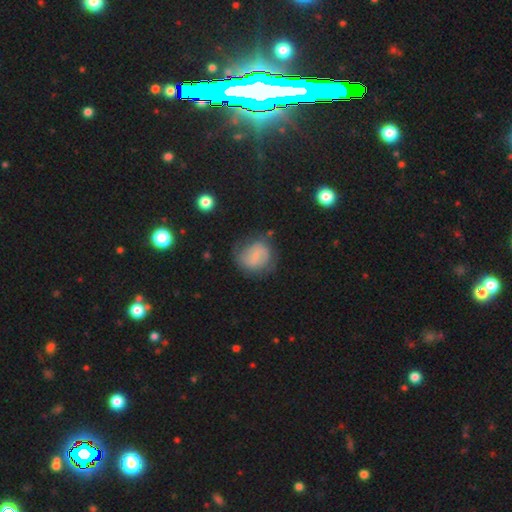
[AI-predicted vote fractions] Smooth or featured: featured or disk — 47% (smooth — 44%)
Merging: none — 61% (minor disturbance — 24%)